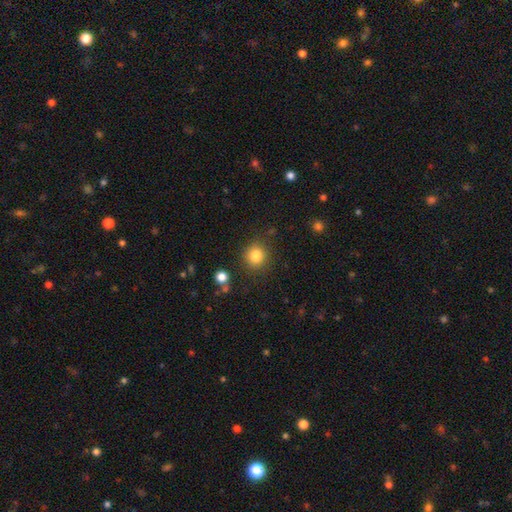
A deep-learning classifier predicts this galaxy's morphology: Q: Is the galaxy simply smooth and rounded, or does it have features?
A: smooth — 83%.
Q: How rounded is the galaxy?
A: round — 90%.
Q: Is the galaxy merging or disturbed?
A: none — 86%.